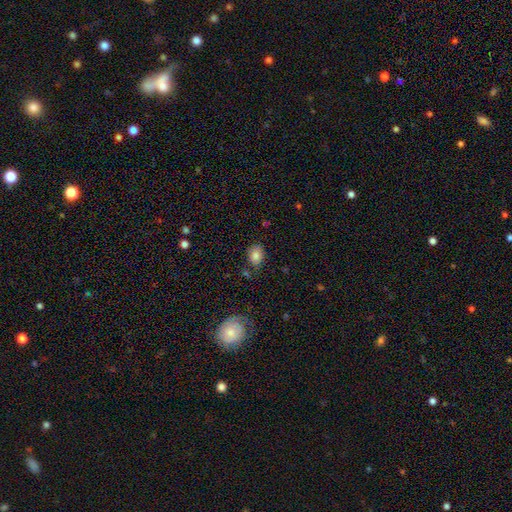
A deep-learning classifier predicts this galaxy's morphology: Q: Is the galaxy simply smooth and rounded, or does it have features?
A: smooth — 82%.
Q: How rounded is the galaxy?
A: in between — 65%.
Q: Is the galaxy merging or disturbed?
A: none — 74%.